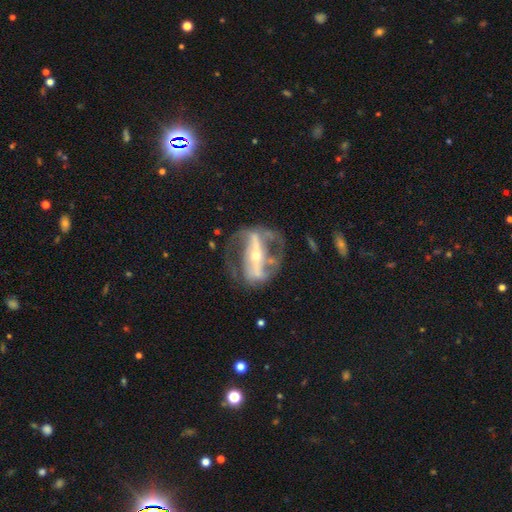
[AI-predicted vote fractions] smooth_or_featured: featured or disk (p=0.86) [alt: smooth p=0.07]
disk_edge_on: no (p=0.87) [alt: yes p=0.13]
bar: strong (p=0.76) [alt: weak p=0.13]
has_spiral_arms: yes (p=0.76) [alt: no p=0.24]
spiral_winding: medium (p=0.42) [alt: loose p=0.32]
spiral_arm_count: 2 (p=0.80) [alt: can't tell p=0.12]
bulge_size: small (p=0.65) [alt: moderate p=0.30]
merging: none (p=0.57) [alt: major disturbance p=0.22]